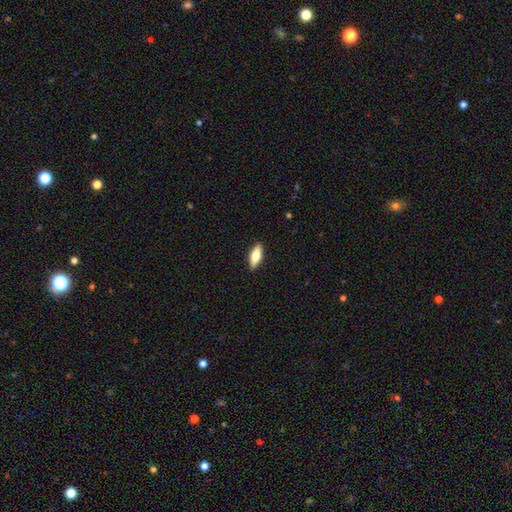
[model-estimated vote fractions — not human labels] Morphology: type=smooth (70%); roundness=in between (69%); merging=none (89%).